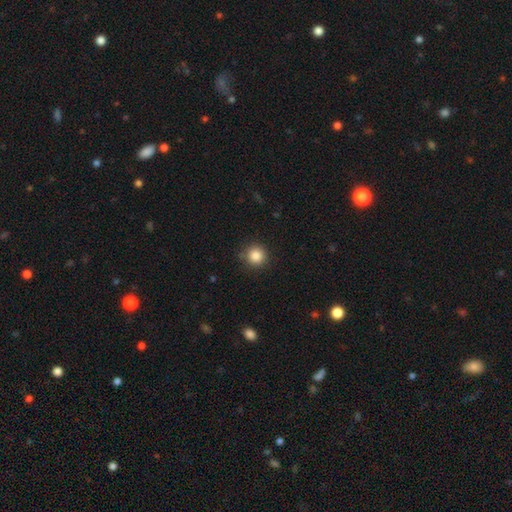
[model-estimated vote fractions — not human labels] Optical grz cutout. It shows a smooth galaxy with no disk features (85%) that is round (95%). Merging: none (88%).